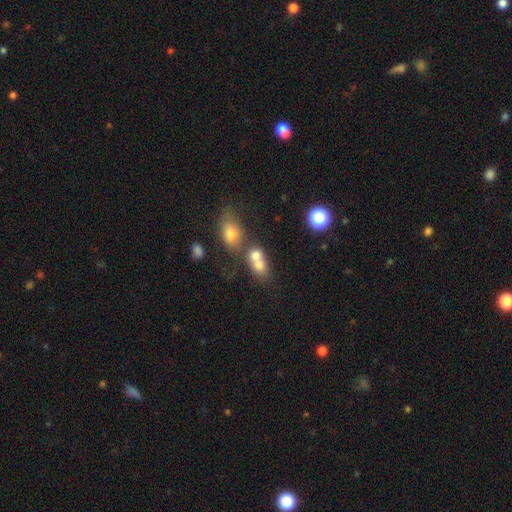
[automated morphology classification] smooth_or_featured: smooth (p=0.70) [alt: featured or disk p=0.18]
how_rounded: in between (p=0.51) [alt: round p=0.46]
merging: merger (p=0.65) [alt: none p=0.23]